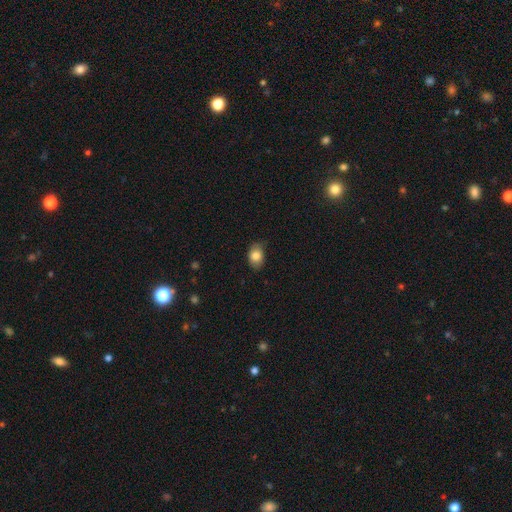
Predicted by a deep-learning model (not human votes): This appears to be a smooth galaxy with no disk features (84%) that is in between round and cigar-shaped (76%). Merging: none (76%).